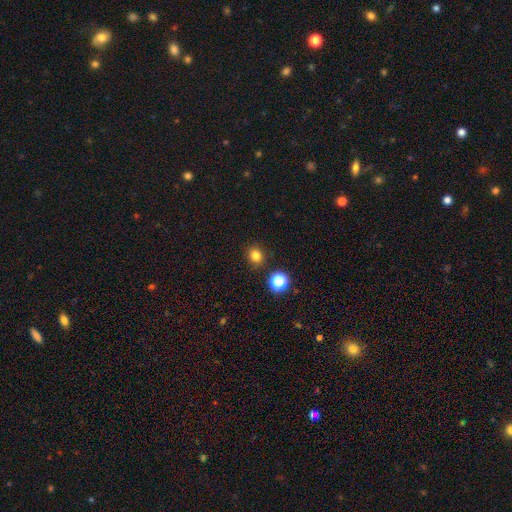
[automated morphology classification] Smooth or featured: smooth — 80% (star or artifact — 15%)
How rounded: round — 83% (in between — 16%)
Merging: none — 88% (minor disturbance — 7%)